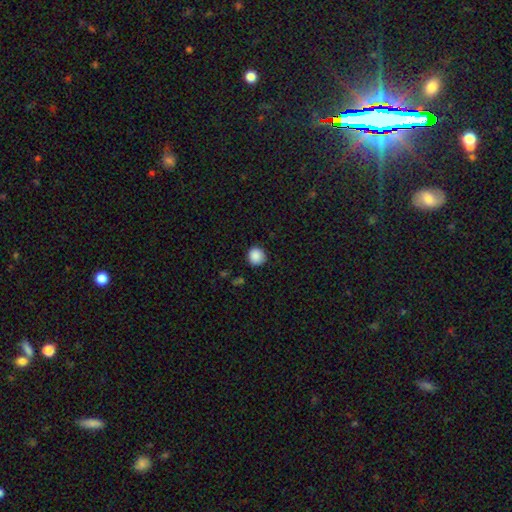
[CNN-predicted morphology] A smooth galaxy with no disk features (88%) that is round (93%).

Vote fractions:
- Smooth or featured? smooth: 88% / star or artifact: 9% / featured or disk: 3%
- How rounded? round: 93% / in between: 6% / cigar-shaped: 1%
- Merging? none: 89% / minor disturbance: 8% / major disturbance: 2% / merger: 1%